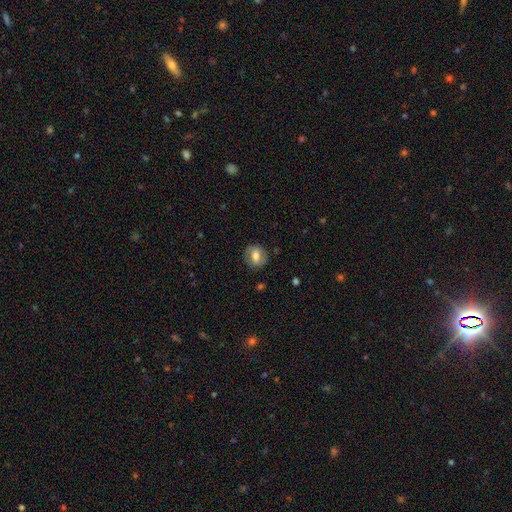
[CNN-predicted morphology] A smooth galaxy with no disk features (55%) that is round (58%). Merging: none (79%).